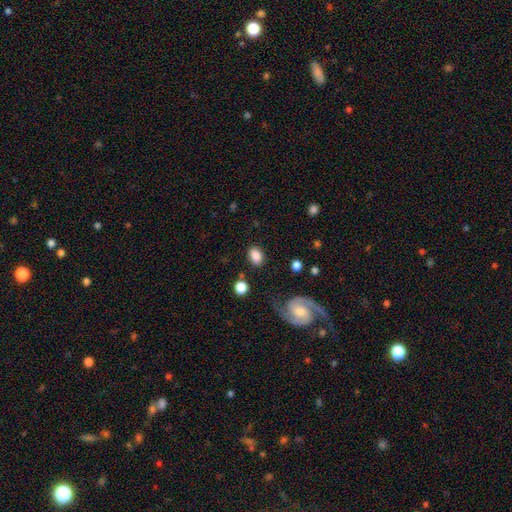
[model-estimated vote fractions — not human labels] A smooth galaxy with no disk features (83%) that is in between round and cigar-shaped (77%).

Vote fractions:
- Smooth or featured? smooth: 83% / featured or disk: 9% / star or artifact: 8%
- How rounded? in between: 77% / round: 21% / cigar-shaped: 1%
- Merging? none: 80% / minor disturbance: 12% / major disturbance: 5% / merger: 3%